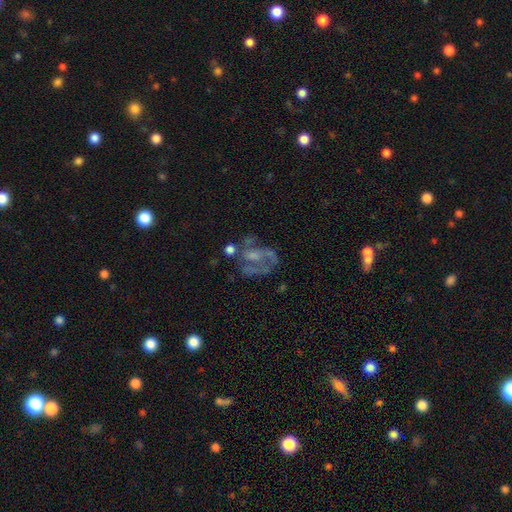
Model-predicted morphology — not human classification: The model was most divided on "bulge size": small: 33%, none: 32%, moderate: 29%, large: 4%, dominant: 2%. Remaining: edge-on disk — no (97%); smooth or featured — featured or disk (68%); bar — no (62%); spiral arms — yes (55%); merging — none (41%).